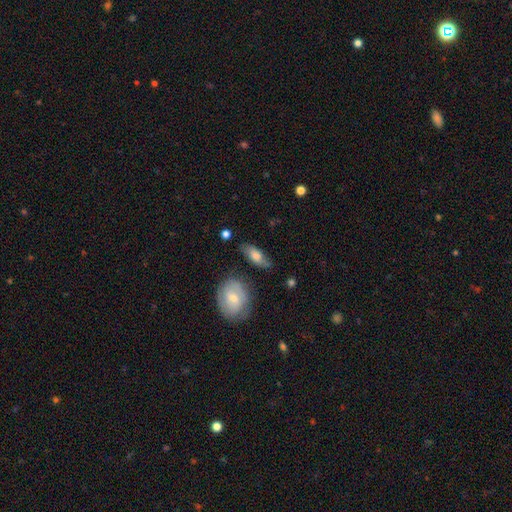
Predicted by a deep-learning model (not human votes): smooth 68%, featured or disk 25%, star or artifact 7%. Down the decision tree: how rounded — in between (78%); merging — none (70%).